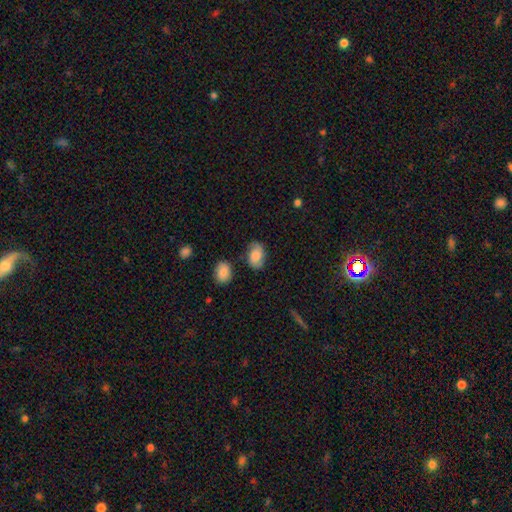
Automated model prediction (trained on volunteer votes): smooth-or-featured: smooth: 64% | featured or disk: 27% | star or artifact: 9%
  how-rounded: in between: 84% | round: 14% | cigar-shaped: 2%
  merging: none: 73% | minor disturbance: 18% | major disturbance: 5% | merger: 4%